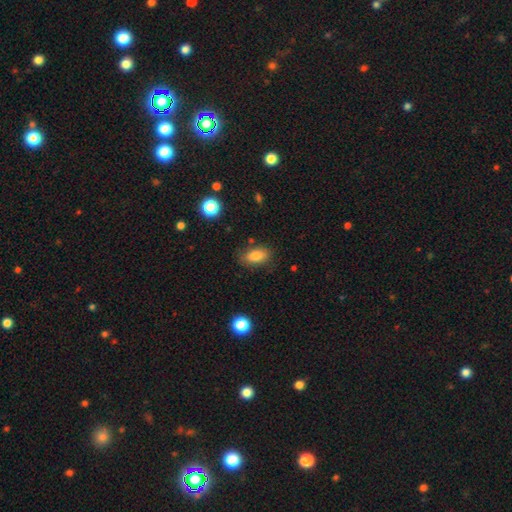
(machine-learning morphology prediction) Smooth or featured? Predicted: smooth (p=0.83). How rounded? Predicted: in between (p=0.88). Merging? Predicted: none (p=0.81).